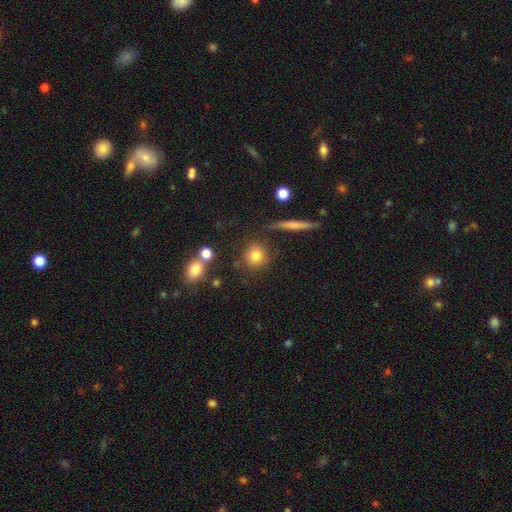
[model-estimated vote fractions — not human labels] This appears to be a smooth galaxy with no disk features (80%) that is round (84%). Merging: none (78%).